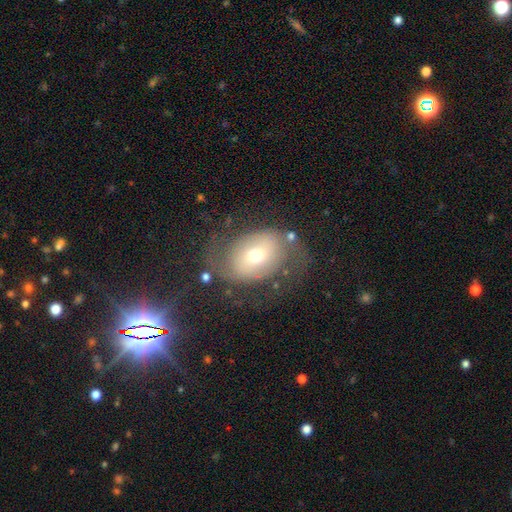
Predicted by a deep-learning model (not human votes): A featured or disk galaxy (52%).

Vote fractions:
- Smooth or featured? featured or disk: 52% / smooth: 36% / star or artifact: 12%
- Edge-on disk? no: 94% / yes: 6%
- Merging? none: 56% / major disturbance: 21% / minor disturbance: 19% / merger: 4%